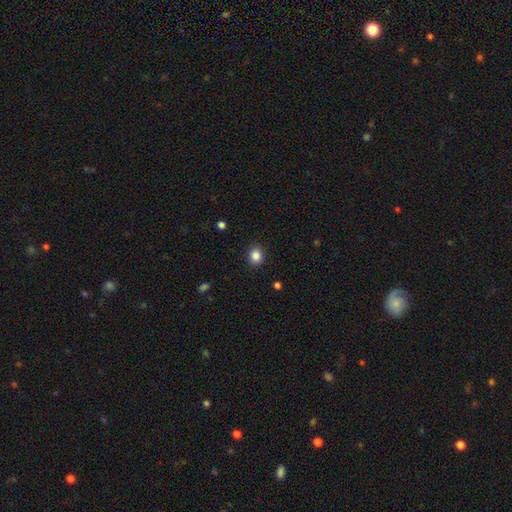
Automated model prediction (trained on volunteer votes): smooth_or_featured: smooth (p=0.86) [alt: star or artifact p=0.10]
how_rounded: round (p=0.71) [alt: in between p=0.29]
merging: none (p=0.89) [alt: minor disturbance p=0.07]